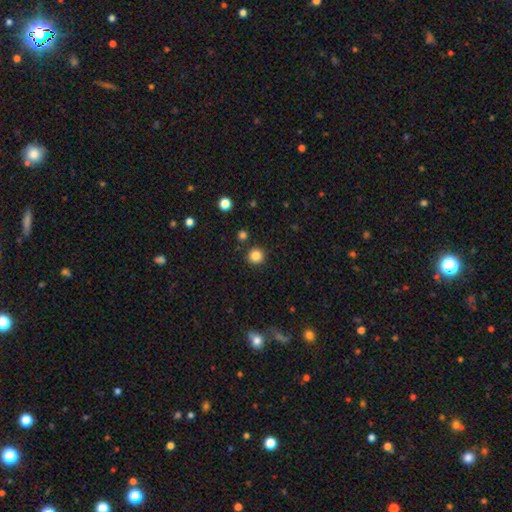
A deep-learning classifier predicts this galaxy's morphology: This appears to be a smooth galaxy with no disk features (84%) that is round (95%). Merging: none (90%).